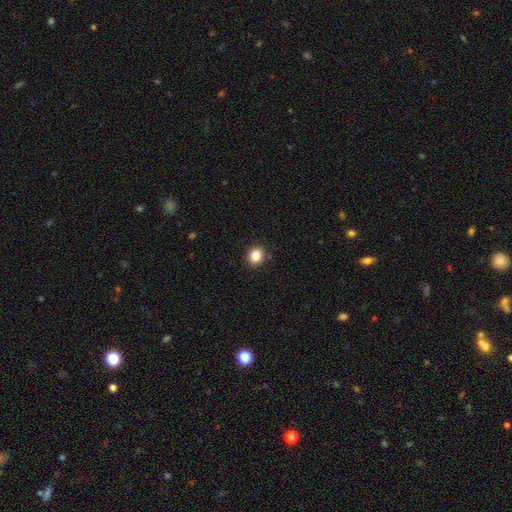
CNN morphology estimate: Smooth or featured? Predicted: smooth (p=0.85). How rounded? Predicted: round (p=0.75). Merging? Predicted: none (p=0.91).